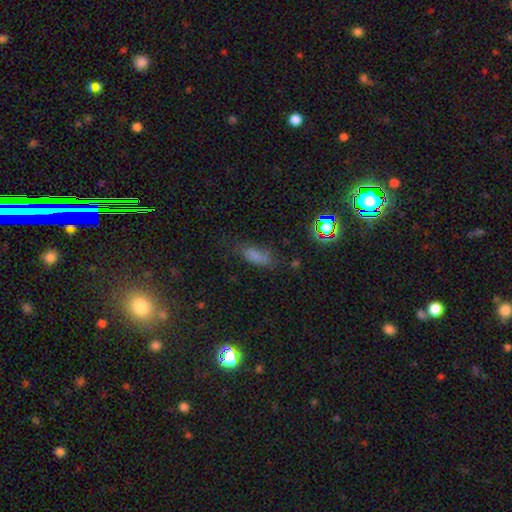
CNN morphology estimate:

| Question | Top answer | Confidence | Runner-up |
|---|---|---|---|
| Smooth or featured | smooth | 70% | star or artifact (19%) |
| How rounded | in between | 72% | cigar-shaped (25%) |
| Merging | none | 58% | minor disturbance (26%) |